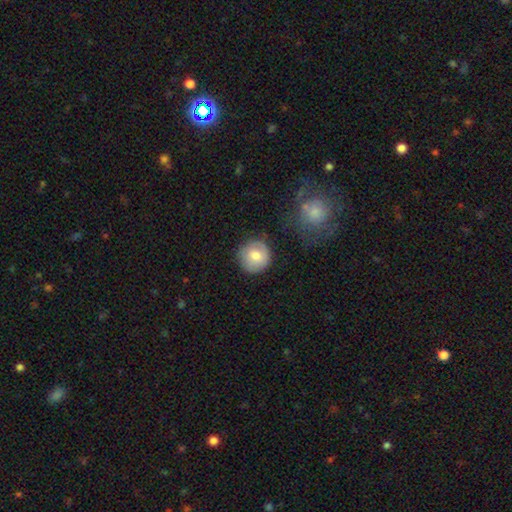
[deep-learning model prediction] Smooth or featured? smooth (72%)
How rounded? round (93%)
Merging? none (81%)